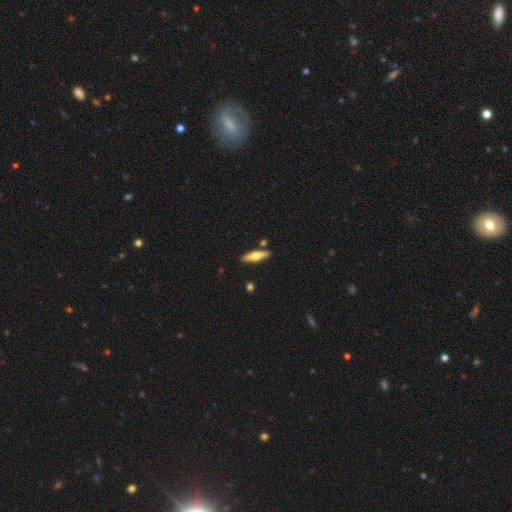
Smooth or featured?
  - featured or disk: 53% *
  - smooth: 45%
  - star or artifact: 3%
Edge-on disk?
  - yes: 95% *
  - no: 5%
Edge-on bulge?
  - rounded: 95% *
  - none: 5%
  - boxy: 0%
Merging?
  - none: 92% *
  - merger: 5%
  - major disturbance: 3%
  - minor disturbance: 0%